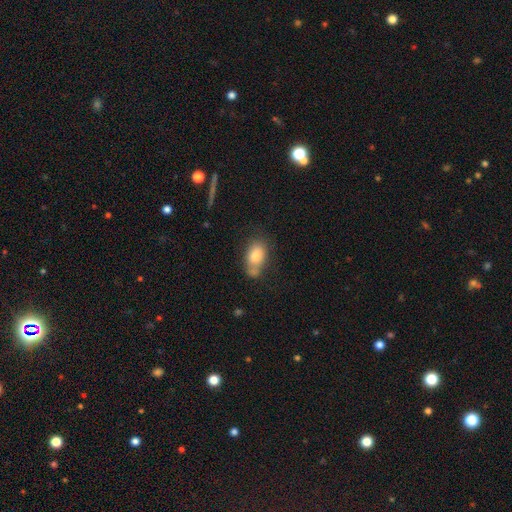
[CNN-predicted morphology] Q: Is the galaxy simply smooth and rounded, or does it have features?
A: smooth — 78%.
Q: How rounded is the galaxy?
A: in between — 86%.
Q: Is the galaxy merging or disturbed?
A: none — 49%.